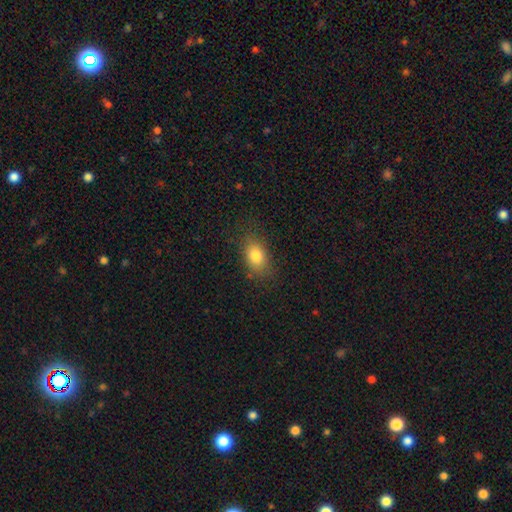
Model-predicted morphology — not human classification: smooth 81%, star or artifact 10%, featured or disk 9%. Down the decision tree: how rounded — in between (78%); merging — none (79%).